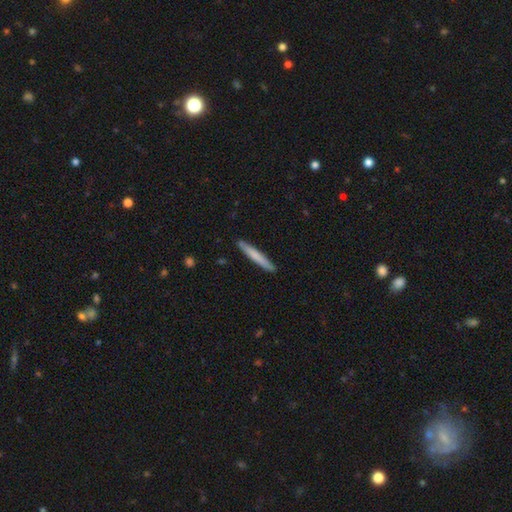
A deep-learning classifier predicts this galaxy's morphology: Smooth or featured? smooth (70%)
How rounded? cigar-shaped (96%)
Merging? none (90%)